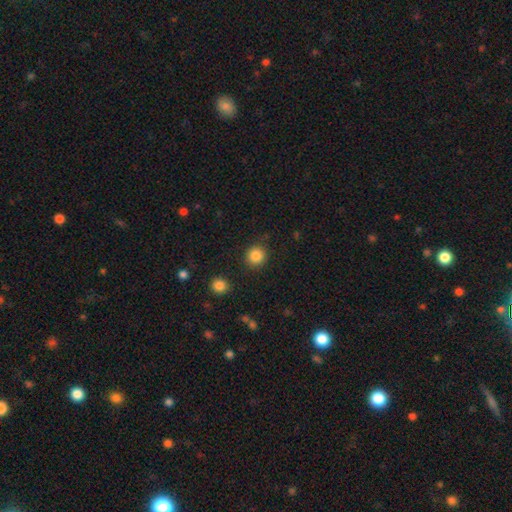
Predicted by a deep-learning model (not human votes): Q: Smooth or featured?
A: smooth (86%); runner-up: star or artifact (10%)
Q: How rounded?
A: round (92%); runner-up: in between (7%)
Q: Merging?
A: none (88%); runner-up: minor disturbance (7%)